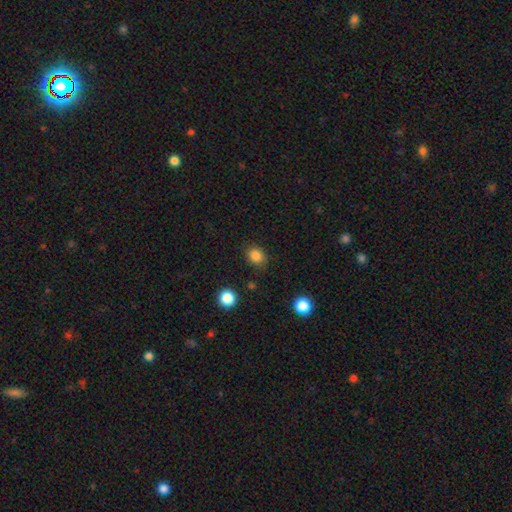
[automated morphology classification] Q: Smooth or featured?
A: smooth (85%); runner-up: star or artifact (11%)
Q: How rounded?
A: round (62%); runner-up: in between (38%)
Q: Merging?
A: none (84%); runner-up: minor disturbance (11%)